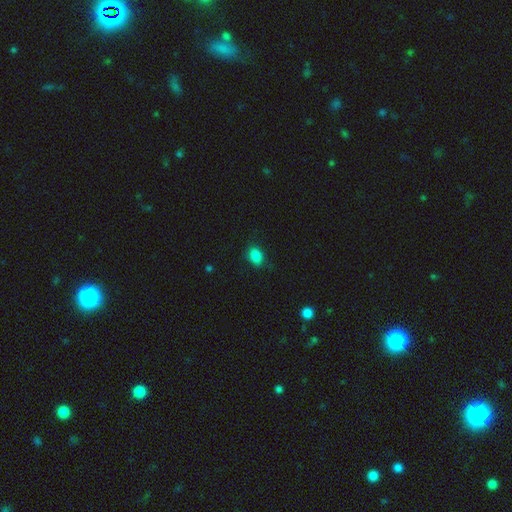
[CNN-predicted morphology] A smooth galaxy with no disk features (86%) that is in between round and cigar-shaped (69%). Merging: none (80%).